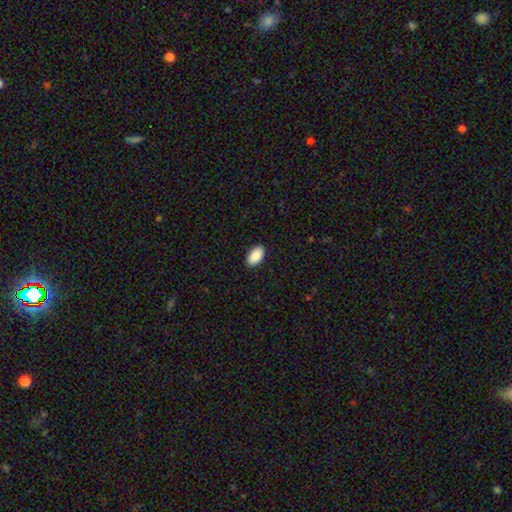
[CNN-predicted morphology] smooth_or_featured: smooth (p=0.89) [alt: star or artifact p=0.06]
how_rounded: in between (p=0.95) [alt: round p=0.04]
merging: none (p=0.90) [alt: minor disturbance p=0.07]